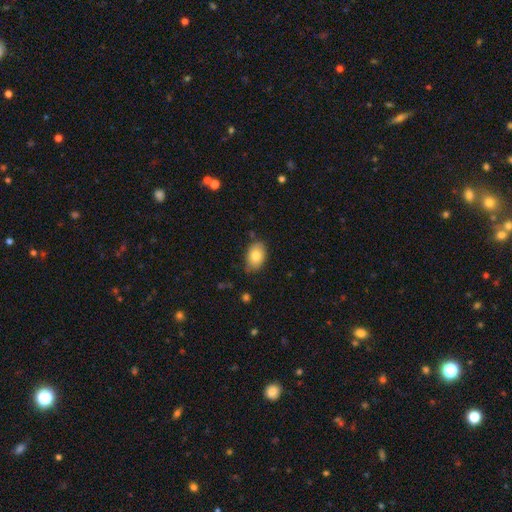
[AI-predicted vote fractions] Morphology: type=smooth (82%); roundness=in between (88%); merging=none (79%).